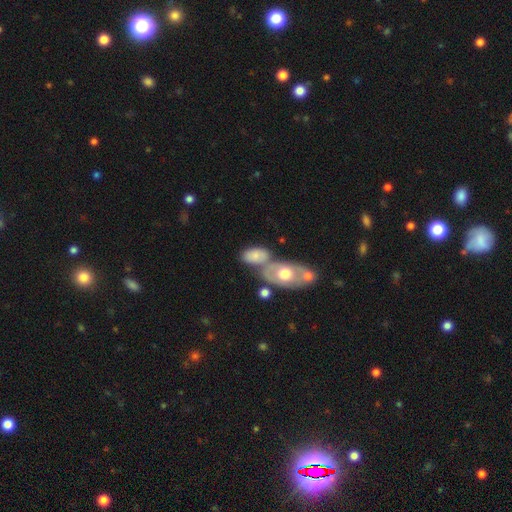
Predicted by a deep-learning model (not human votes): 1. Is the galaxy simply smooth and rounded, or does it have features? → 64% smooth, 29% featured or disk, 7% star or artifact.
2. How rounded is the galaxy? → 90% in between, 7% round, 3% cigar-shaped.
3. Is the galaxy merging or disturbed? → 42% merger, 36% none, 16% minor disturbance, 7% major disturbance.